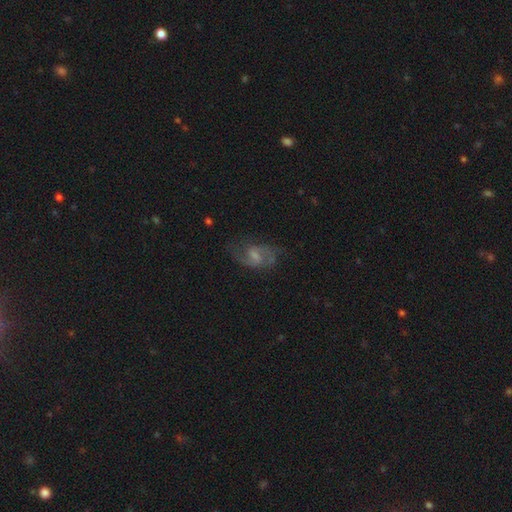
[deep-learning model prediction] Smooth or featured?
  - featured or disk: 74% *
  - smooth: 18%
  - star or artifact: 9%
Edge-on disk?
  - no: 97% *
  - yes: 3%
Bar?
  - weak: 59% *
  - no: 24%
  - strong: 17%
Spiral arms?
  - yes: 91% *
  - no: 9%
Spiral winding?
  - medium: 45% *
  - loose: 43%
  - tight: 11%
Spiral arm count?
  - 2: 85% *
  - can't tell: 7%
  - 1: 4%
  - 3: 2%
  - 4: 1%
  - more than 4: 1%
Bulge size?
  - small: 35% *
  - none: 33%
  - moderate: 26%
  - large: 5%
  - dominant: 1%
Merging?
  - none: 65% *
  - minor disturbance: 19%
  - major disturbance: 14%
  - merger: 2%